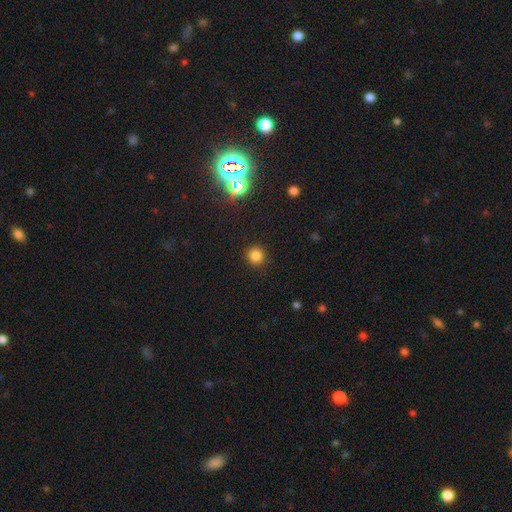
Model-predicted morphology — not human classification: Smooth or featured? smooth (80%)
How rounded? round (94%)
Merging? none (90%)